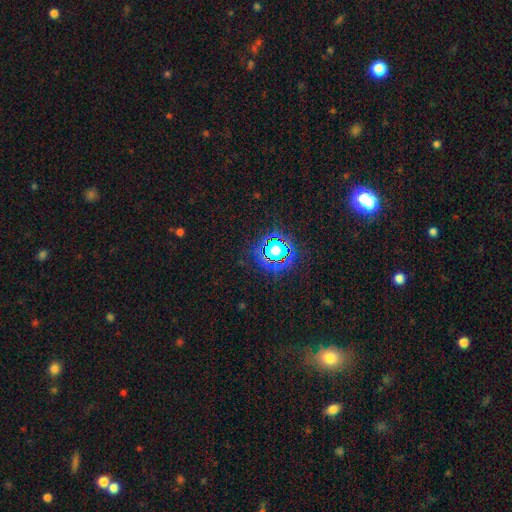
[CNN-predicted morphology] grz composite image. It shows a star or artifact, not a galaxy (76%).